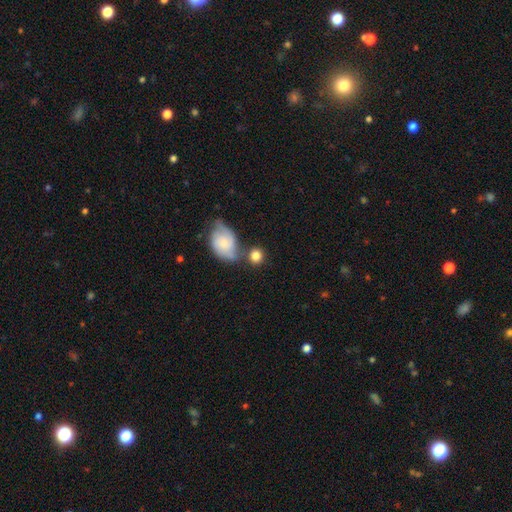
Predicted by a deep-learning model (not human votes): Smooth or featured? smooth (79%)
How rounded? round (82%)
Merging? none (59%)